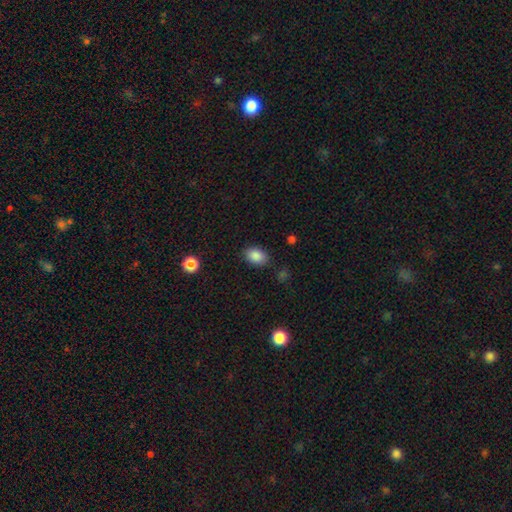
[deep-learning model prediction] Morphology: type=smooth (87%); roundness=in between (81%); merging=none (84%).